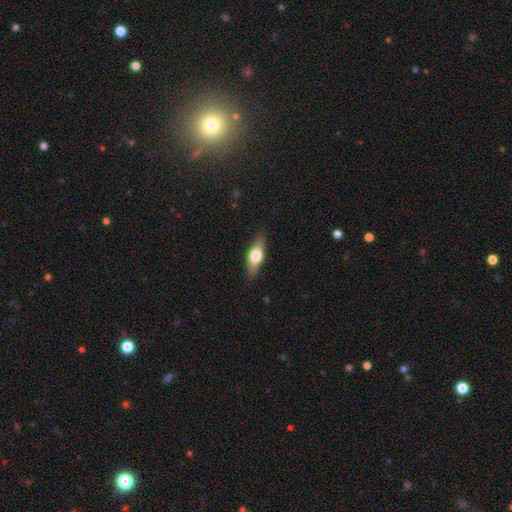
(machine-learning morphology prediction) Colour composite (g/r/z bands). It shows a smooth galaxy with no disk features (58%) that is in between round and cigar-shaped (67%). Merging: none (85%).